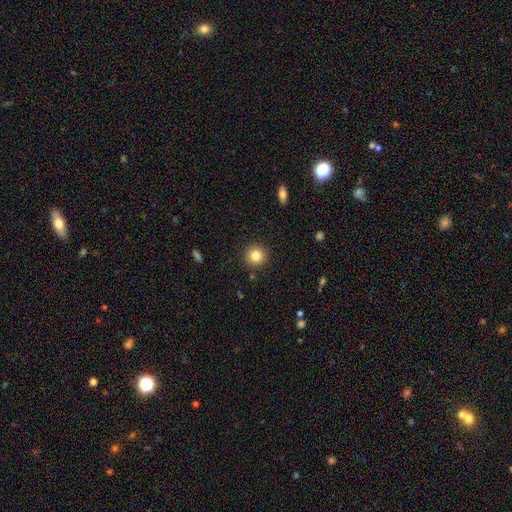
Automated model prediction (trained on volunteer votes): Q: Smooth or featured?
A: smooth (82%); runner-up: star or artifact (11%)
Q: How rounded?
A: round (95%); runner-up: in between (5%)
Q: Merging?
A: none (91%); runner-up: minor disturbance (6%)